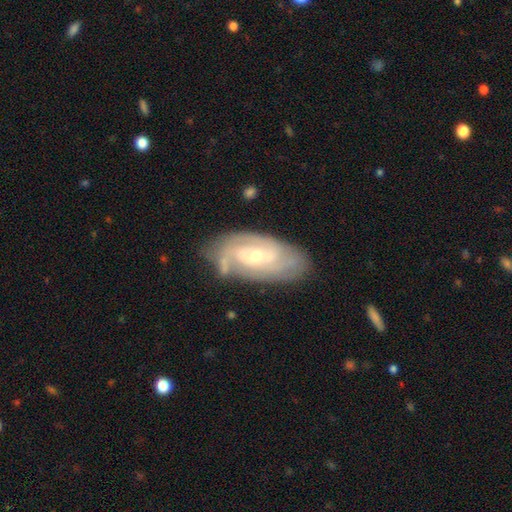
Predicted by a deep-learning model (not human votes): Smooth or featured: featured or disk — 82% (smooth — 13%)
Edge-on disk: no — 94% (yes — 6%)
Bar: no — 51% (weak — 37%)
Spiral arms: yes — 93% (no — 7%)
Spiral winding: tight — 57% (medium — 34%)
Spiral arm count: 2 — 30% (can't tell — 29%)
Bulge size: small — 59% (moderate — 37%)
Merging: none — 70% (minor disturbance — 20%)